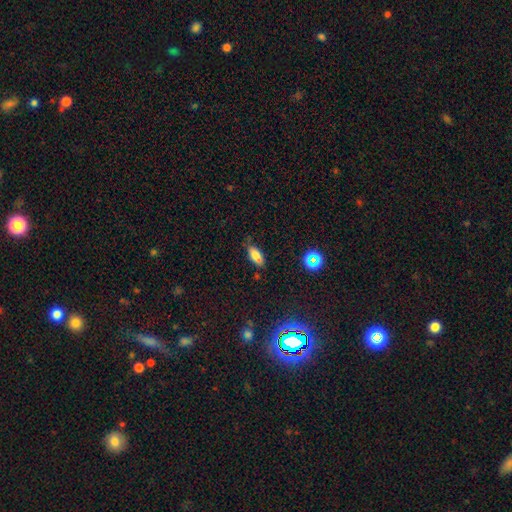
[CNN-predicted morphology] type=smooth (77%); roundness=in between (82%); merging=none (68%).